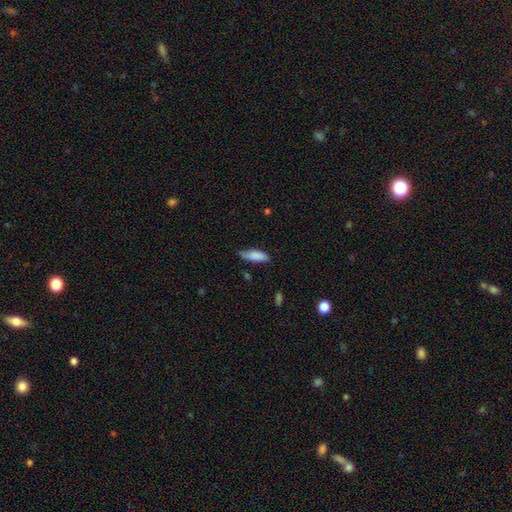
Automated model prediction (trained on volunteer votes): Smooth or featured? Predicted: smooth (p=0.84). How rounded? Predicted: in between (p=0.66). Merging? Predicted: none (p=0.62).